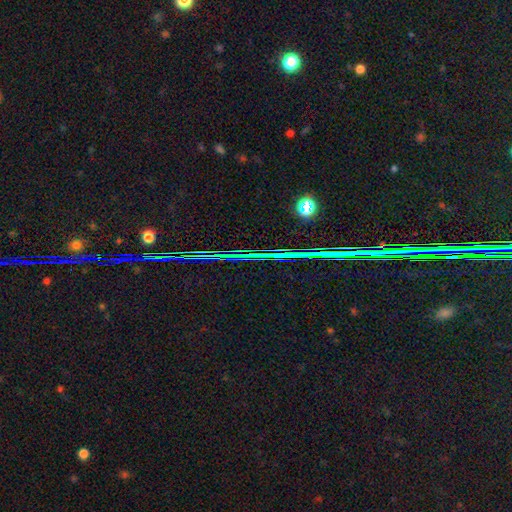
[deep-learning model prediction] smooth_or_featured: star or artifact (p=0.85) [alt: featured or disk p=0.08]